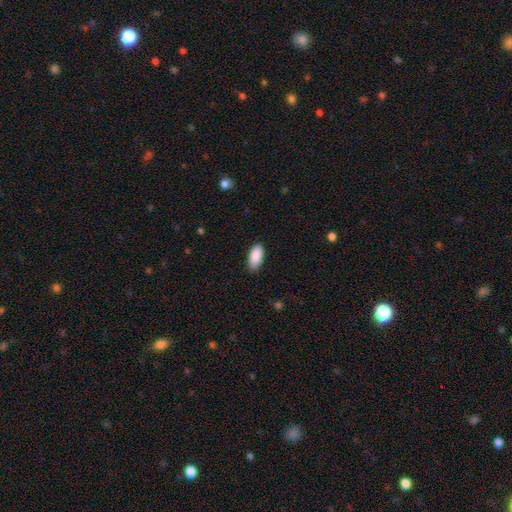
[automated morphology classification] type=smooth (90%); roundness=in between (93%); merging=none (84%).